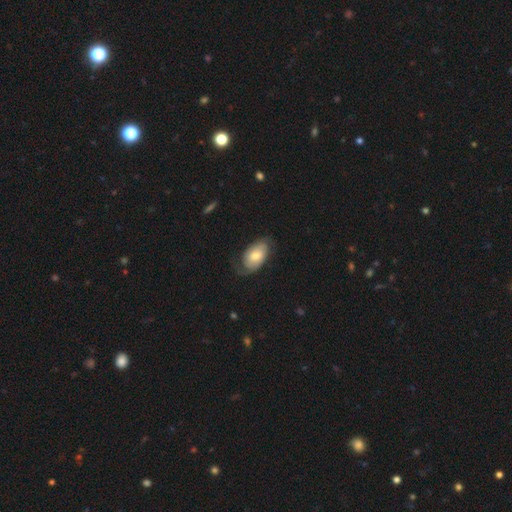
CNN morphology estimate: A featured or disk galaxy (51%).

Vote fractions:
- Smooth or featured? featured or disk: 51% / smooth: 43% / star or artifact: 6%
- Edge-on disk? no: 94% / yes: 6%
- Merging? none: 60% / minor disturbance: 24% / major disturbance: 15% / merger: 1%